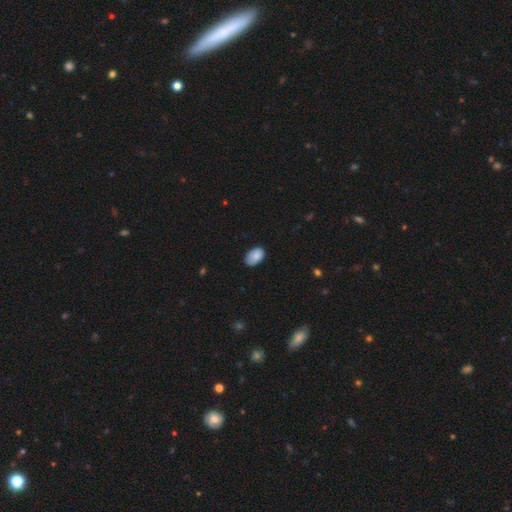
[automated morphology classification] Smooth or featured? Predicted: smooth (p=0.86). How rounded? Predicted: in between (p=0.91). Merging? Predicted: none (p=0.74).